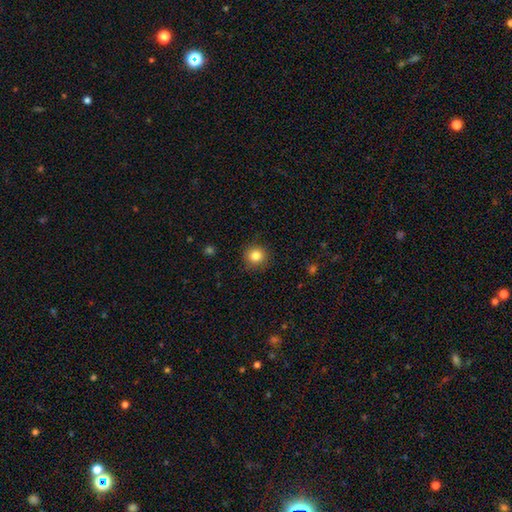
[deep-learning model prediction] Smooth or featured? smooth (84%)
How rounded? round (92%)
Merging? none (89%)